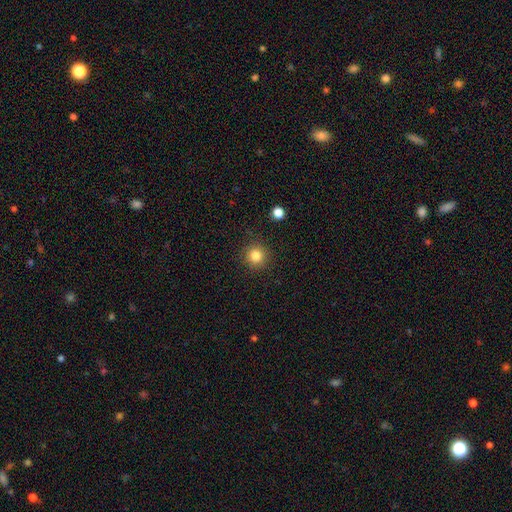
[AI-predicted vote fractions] Smooth or featured: smooth — 83% (star or artifact — 12%)
How rounded: round — 94% (in between — 5%)
Merging: none — 89% (minor disturbance — 7%)